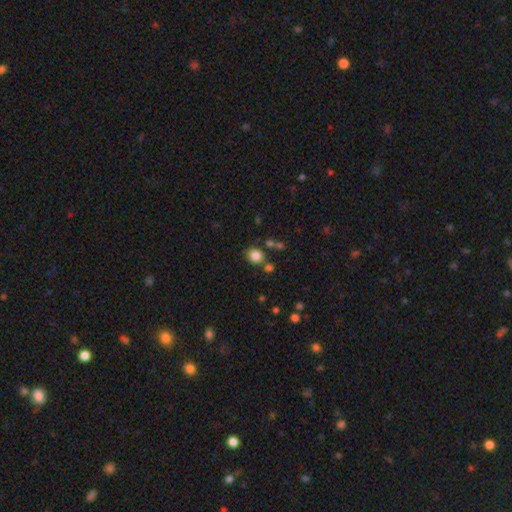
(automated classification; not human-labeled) Morphology: type=smooth (83%); roundness=round (74%); merging=none (77%).